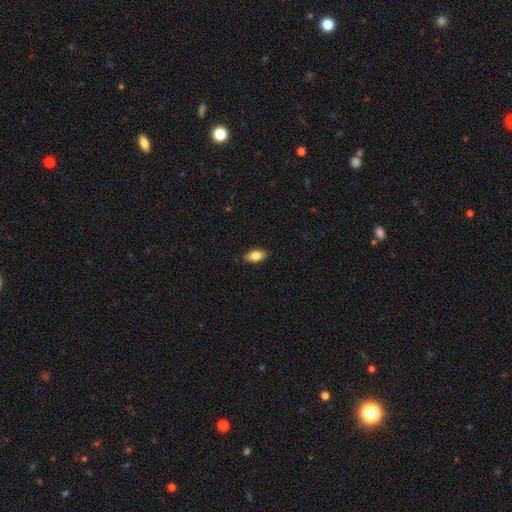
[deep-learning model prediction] smooth-or-featured: smooth: 82% | featured or disk: 11% | star or artifact: 7%
  how-rounded: in between: 91% | cigar-shaped: 5% | round: 4%
  merging: none: 87% | minor disturbance: 10% | major disturbance: 2% | merger: 1%